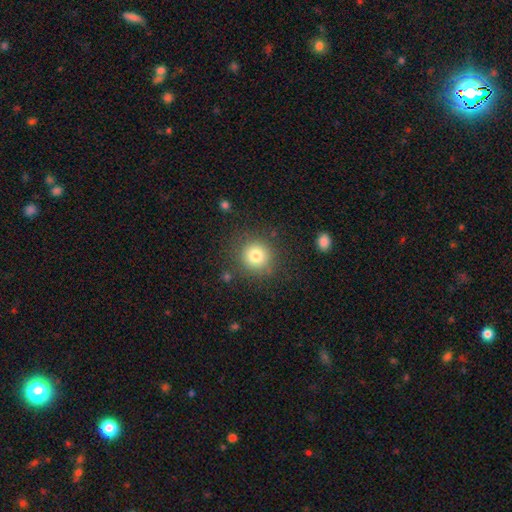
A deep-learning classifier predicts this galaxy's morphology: This is likely a smooth galaxy (79%). How rounded: clearly round (92%). Merging: clearly none (84%).